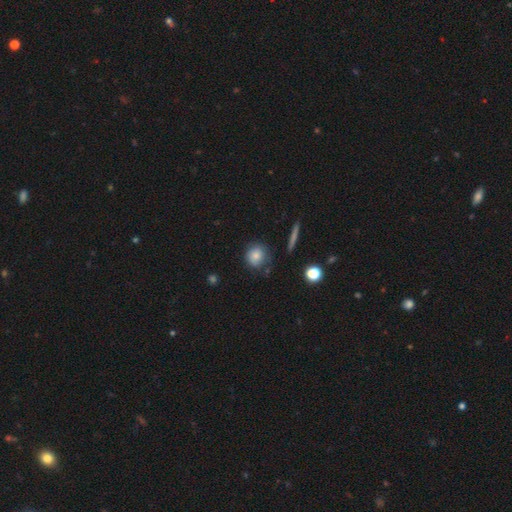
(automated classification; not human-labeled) smooth 82%, star or artifact 9%, featured or disk 9%. Down the decision tree: how rounded — round (83%); merging — none (75%).